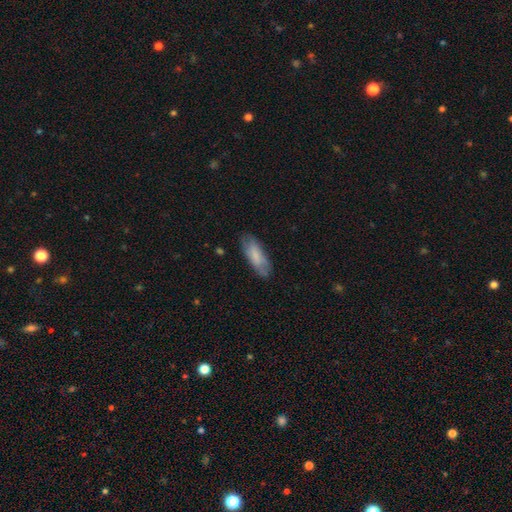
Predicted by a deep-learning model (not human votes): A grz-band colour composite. It shows a smooth galaxy with no disk features (76%) that is in between round and cigar-shaped (67%). Merging: none (75%).